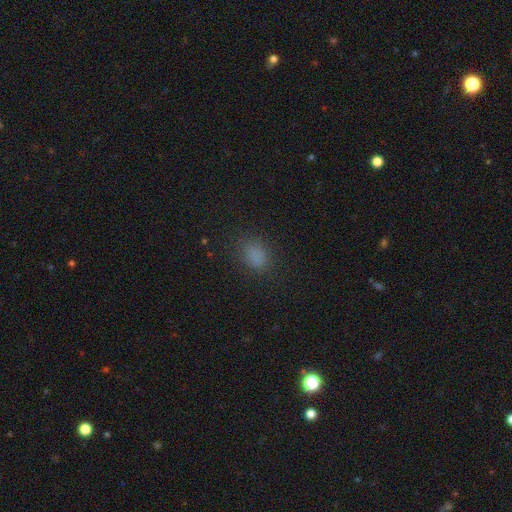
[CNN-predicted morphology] The model was most divided on "how rounded": in between: 72%, round: 26%, cigar-shaped: 2%. More confident: merging — none (81%); smooth or featured — smooth (80%).